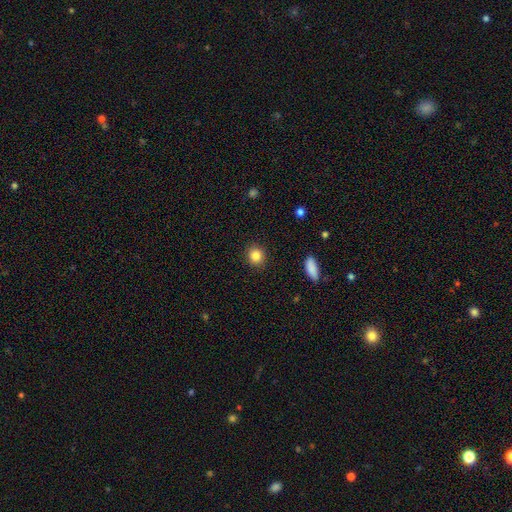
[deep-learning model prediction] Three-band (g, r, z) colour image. It shows a smooth galaxy with no disk features (85%) that is round (84%). Merging: none (90%).